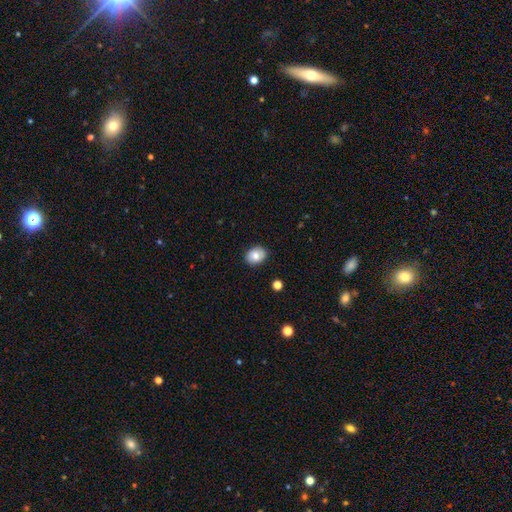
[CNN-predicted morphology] type=smooth (76%); roundness=in between (51%); merging=none (86%).